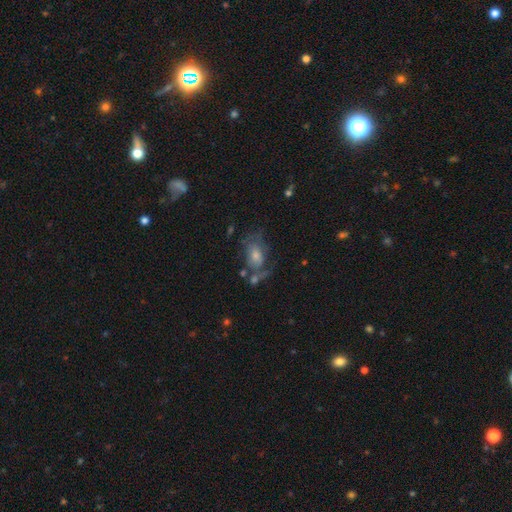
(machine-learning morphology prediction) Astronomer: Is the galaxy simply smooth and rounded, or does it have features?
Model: featured or disk — 52% (runner-up: smooth, 33%).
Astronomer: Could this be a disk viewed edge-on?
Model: no — 94%.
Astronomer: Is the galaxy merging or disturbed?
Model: none — 42% (runner-up: major disturbance, 24%).